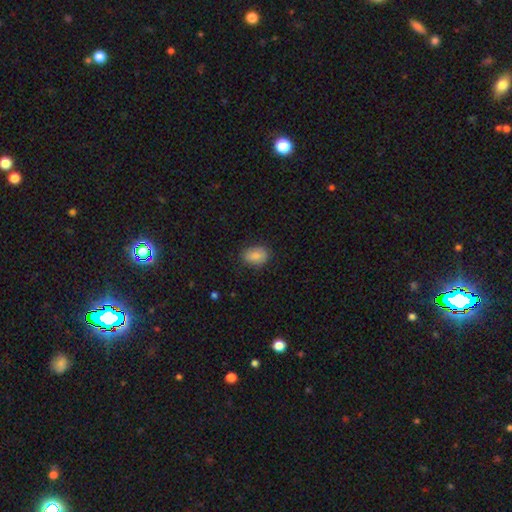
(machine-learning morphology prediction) A smooth galaxy with no disk features (85%) that is in between round and cigar-shaped (77%).

Vote fractions:
- Smooth or featured? smooth: 85% / featured or disk: 8% / star or artifact: 7%
- How rounded? in between: 77% / round: 22% / cigar-shaped: 1%
- Merging? none: 81% / minor disturbance: 15% / major disturbance: 3% / merger: 1%